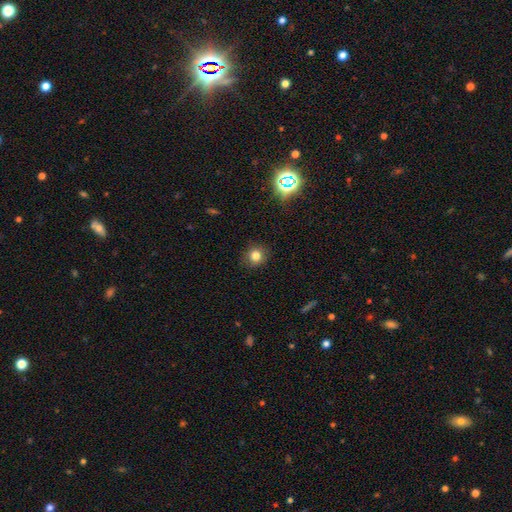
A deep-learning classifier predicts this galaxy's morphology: Q: Smooth or featured?
A: smooth (79%); runner-up: star or artifact (15%)
Q: How rounded?
A: round (87%); runner-up: in between (12%)
Q: Merging?
A: none (88%); runner-up: minor disturbance (8%)